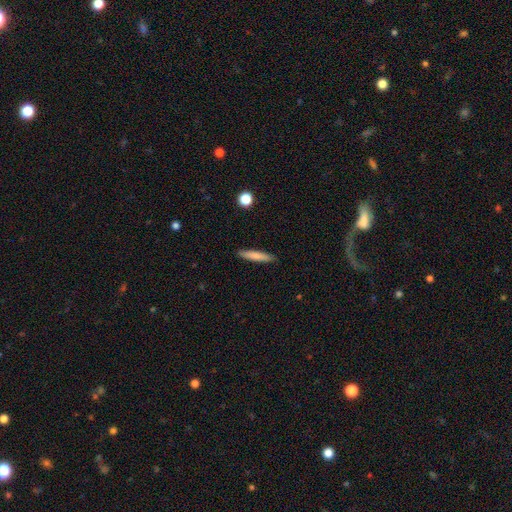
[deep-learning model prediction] A smooth galaxy with no disk features (77%) that is cigar-shaped (92%). Merging: none (90%).